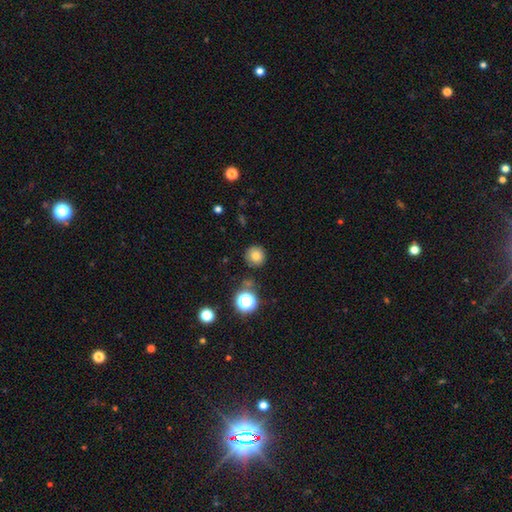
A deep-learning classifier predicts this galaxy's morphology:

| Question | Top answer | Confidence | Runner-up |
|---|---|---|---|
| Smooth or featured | smooth | 77% | star or artifact (15%) |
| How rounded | round | 93% | in between (6%) |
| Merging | none | 83% | minor disturbance (11%) |